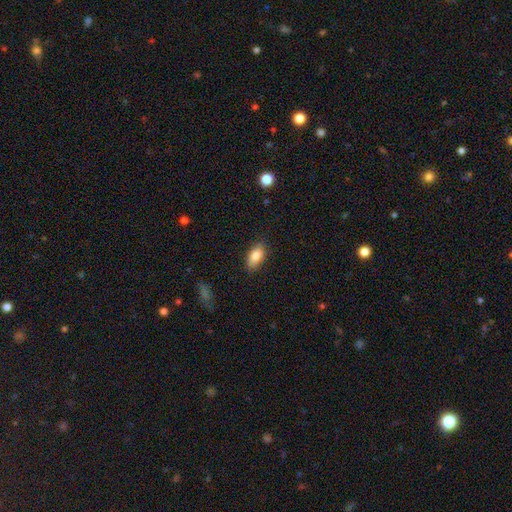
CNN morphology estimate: smooth 85%, featured or disk 8%, star or artifact 7%. Down the decision tree: how rounded — in between (89%); merging — none (83%).